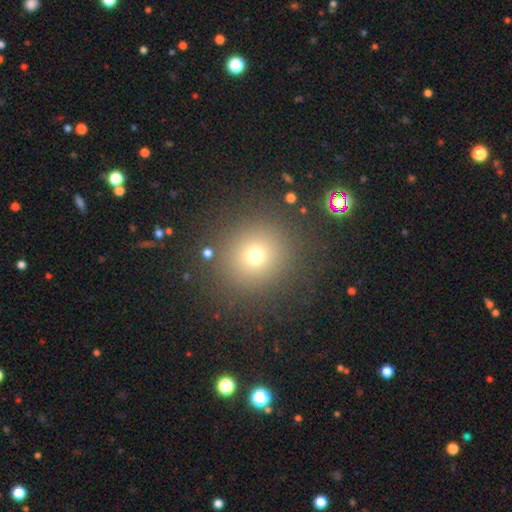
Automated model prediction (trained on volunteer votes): A smooth galaxy with no disk features (69%) that is round (92%). Merging: none (87%).